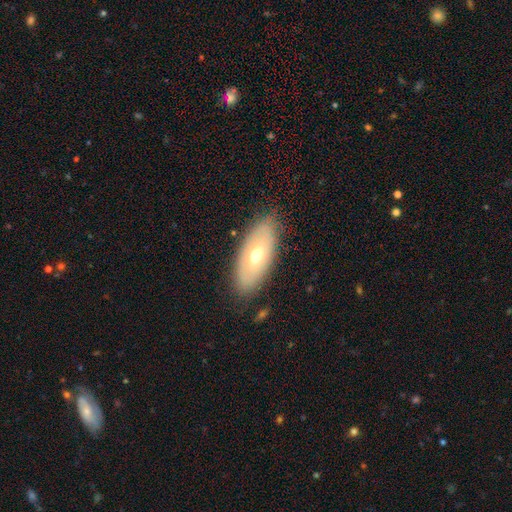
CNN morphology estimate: smooth-or-featured: smooth: 55% | featured or disk: 38% | star or artifact: 7%
  how-rounded: in between: 86% | cigar-shaped: 11% | round: 3%
  merging: none: 85% | minor disturbance: 11% | major disturbance: 3% | merger: 1%